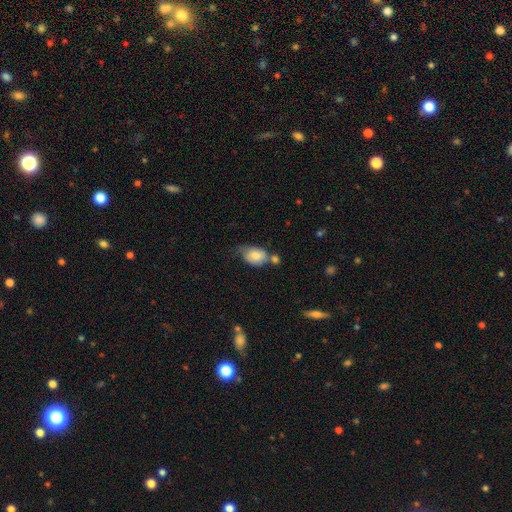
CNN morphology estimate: A smooth galaxy with no disk features (75%) that is in between round and cigar-shaped (82%).

Vote fractions:
- Smooth or featured? smooth: 75% / featured or disk: 18% / star or artifact: 7%
- How rounded? in between: 82% / round: 17% / cigar-shaped: 2%
- Merging? none: 33% / minor disturbance: 29% / merger: 26% / major disturbance: 12%